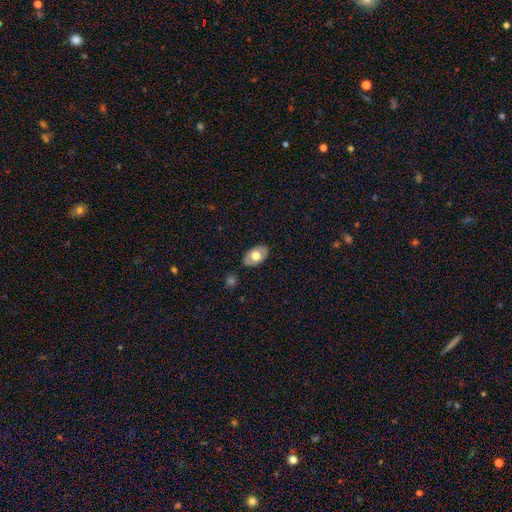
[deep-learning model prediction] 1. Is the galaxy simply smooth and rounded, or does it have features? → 60% smooth, 34% featured or disk, 6% star or artifact.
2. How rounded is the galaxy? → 91% in between, 8% round, 1% cigar-shaped.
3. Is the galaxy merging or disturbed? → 84% none, 13% minor disturbance, 2% major disturbance, 1% merger.